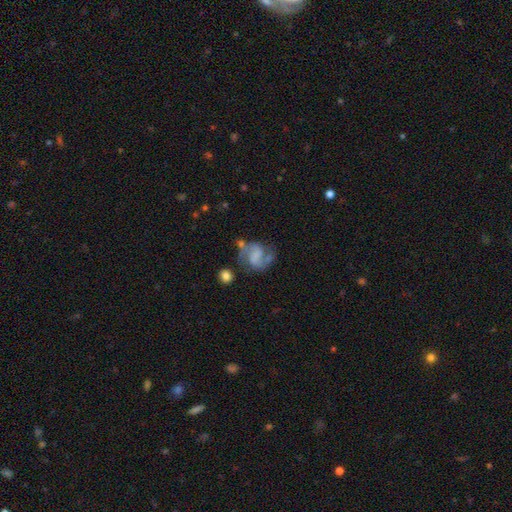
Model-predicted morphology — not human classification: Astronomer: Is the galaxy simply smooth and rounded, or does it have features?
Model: featured or disk — 74%.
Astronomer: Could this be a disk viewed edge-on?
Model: no — 98%.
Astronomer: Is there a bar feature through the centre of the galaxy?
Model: weak — 43% (runner-up: no, 38%).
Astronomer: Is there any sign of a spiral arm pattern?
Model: yes — 92%.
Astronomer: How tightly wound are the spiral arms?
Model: medium — 51% (runner-up: loose, 32%).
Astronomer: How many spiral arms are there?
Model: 2 — 88%.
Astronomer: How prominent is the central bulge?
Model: none — 59%.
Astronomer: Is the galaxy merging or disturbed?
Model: none — 55%.